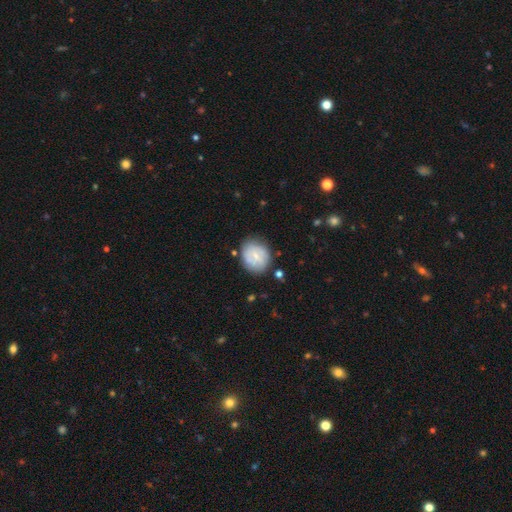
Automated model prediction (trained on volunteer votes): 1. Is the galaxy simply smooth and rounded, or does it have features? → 50% smooth, 43% featured or disk, 7% star or artifact.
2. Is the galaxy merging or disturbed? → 74% none, 19% minor disturbance, 5% major disturbance, 3% merger.